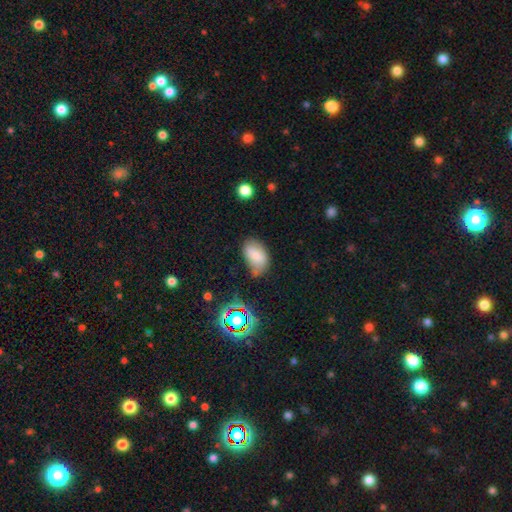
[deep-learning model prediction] Smooth or featured? smooth (76%)
How rounded? in between (91%)
Merging? none (54%)